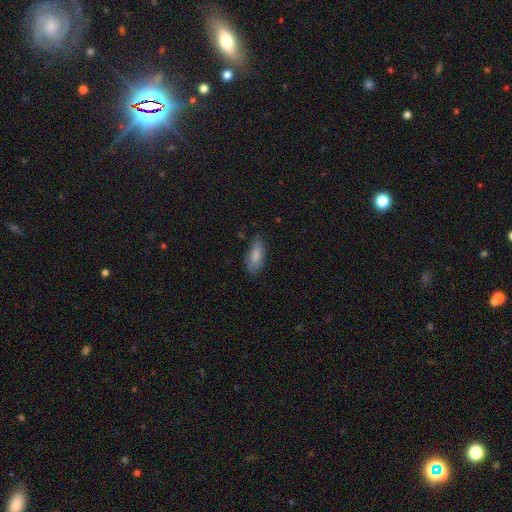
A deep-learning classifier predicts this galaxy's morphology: smooth_or_featured: smooth (p=0.82) [alt: featured or disk p=0.11]
how_rounded: in between (p=0.81) [alt: cigar-shaped p=0.17]
merging: none (p=0.68) [alt: minor disturbance p=0.25]